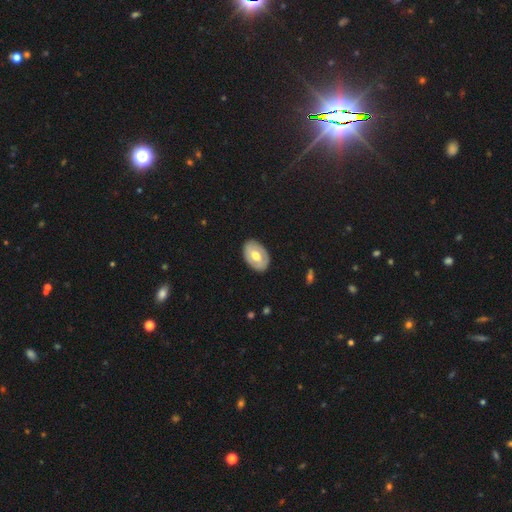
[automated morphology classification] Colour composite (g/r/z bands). It shows a smooth galaxy with no disk features (49%). Merging: none (85%).